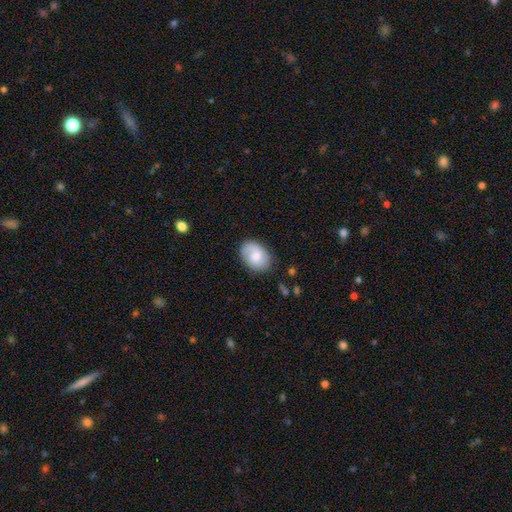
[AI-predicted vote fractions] Smooth or featured?
  - smooth: 62% *
  - featured or disk: 32%
  - star or artifact: 7%
How rounded?
  - in between: 75% *
  - round: 24%
  - cigar-shaped: 1%
Merging?
  - none: 75% *
  - minor disturbance: 18%
  - major disturbance: 5%
  - merger: 2%